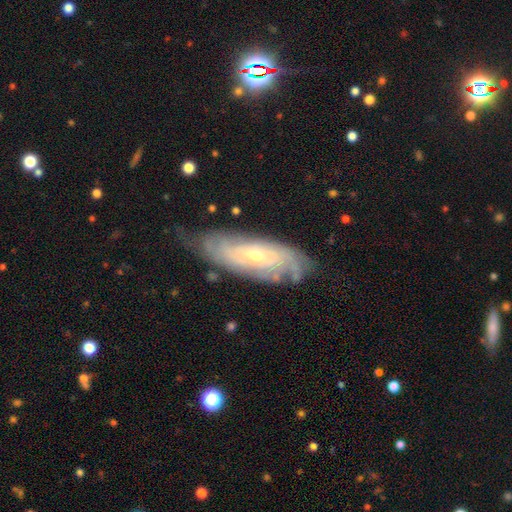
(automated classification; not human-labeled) The model was most divided on "bulge size": small: 59%, moderate: 38%, large: 2%, none: 1%, dominant: 1%. More confident: spiral arms — yes (88%); edge-on disk — no (82%); smooth or featured — featured or disk (76%); spiral winding — tight (72%); merging — none (69%); bar — no (66%); spiral arm count — can't tell (63%).